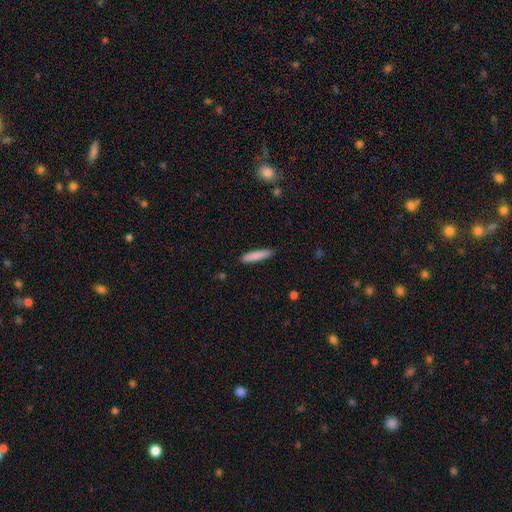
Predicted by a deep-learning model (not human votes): Q: Smooth or featured?
A: smooth (85%); runner-up: featured or disk (9%)
Q: How rounded?
A: cigar-shaped (89%); runner-up: in between (10%)
Q: Merging?
A: none (90%); runner-up: minor disturbance (8%)